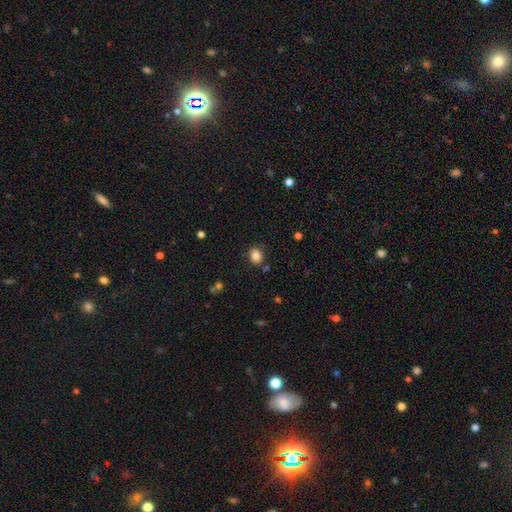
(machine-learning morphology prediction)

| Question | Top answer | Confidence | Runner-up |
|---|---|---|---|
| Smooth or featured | smooth | 84% | star or artifact (11%) |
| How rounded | round | 58% | in between (41%) |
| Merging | none | 81% | minor disturbance (11%) |